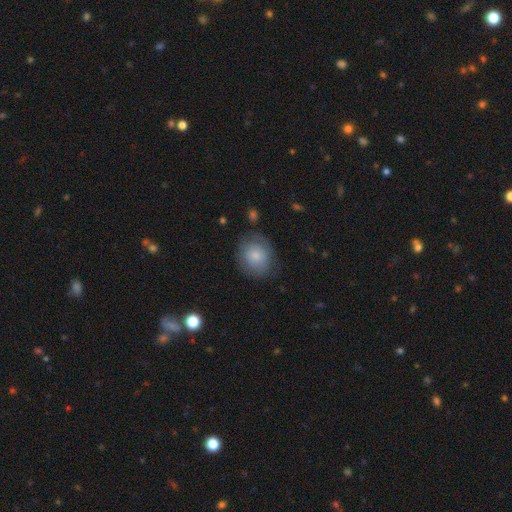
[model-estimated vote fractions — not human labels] A smooth galaxy with no disk features (78%) that is round (70%).

Vote fractions:
- Smooth or featured? smooth: 78% / featured or disk: 14% / star or artifact: 7%
- How rounded? round: 70% / in between: 29% / cigar-shaped: 1%
- Merging? none: 73% / minor disturbance: 19% / major disturbance: 7% / merger: 2%